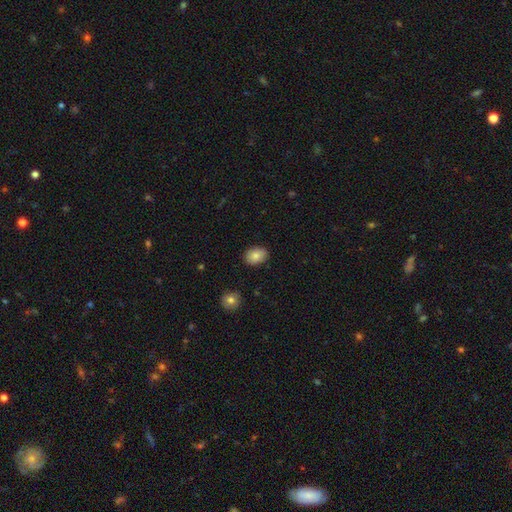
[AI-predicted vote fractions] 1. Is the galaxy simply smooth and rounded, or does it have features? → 84% smooth, 8% featured or disk, 8% star or artifact.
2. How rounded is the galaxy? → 74% in between, 25% round, 1% cigar-shaped.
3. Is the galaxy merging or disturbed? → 87% none, 9% minor disturbance, 2% major disturbance, 1% merger.